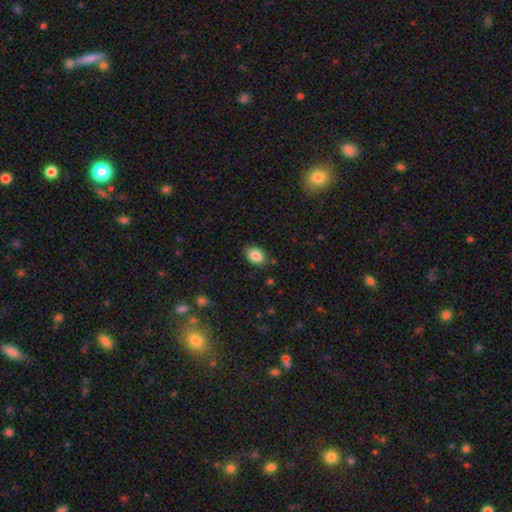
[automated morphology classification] smooth-or-featured: smooth: 86% | star or artifact: 8% | featured or disk: 6%
  how-rounded: in between: 81% | round: 18% | cigar-shaped: 1%
  merging: none: 85% | minor disturbance: 11% | major disturbance: 2% | merger: 2%